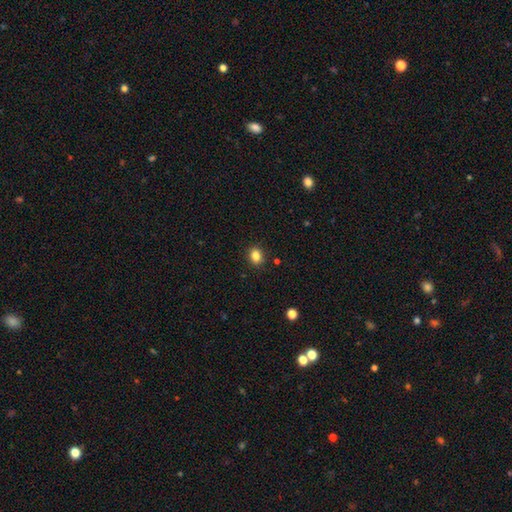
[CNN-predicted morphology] This is clearly a smooth galaxy (84%). How rounded: possibly round (51%). Merging: clearly none (88%).